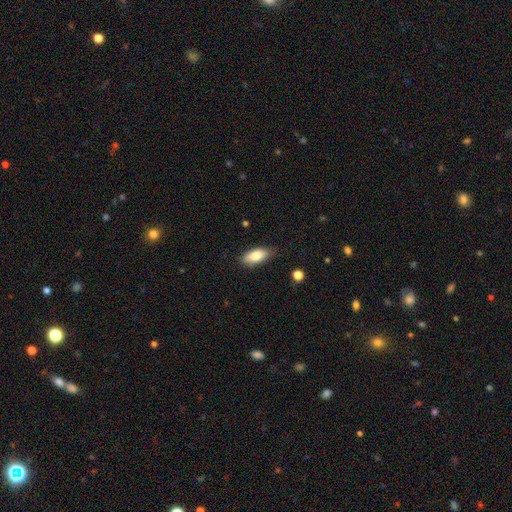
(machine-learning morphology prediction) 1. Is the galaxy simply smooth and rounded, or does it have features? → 82% smooth, 12% featured or disk, 7% star or artifact.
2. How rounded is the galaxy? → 84% in between, 13% cigar-shaped, 3% round.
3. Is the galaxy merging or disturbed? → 81% none, 15% minor disturbance, 3% major disturbance, 1% merger.